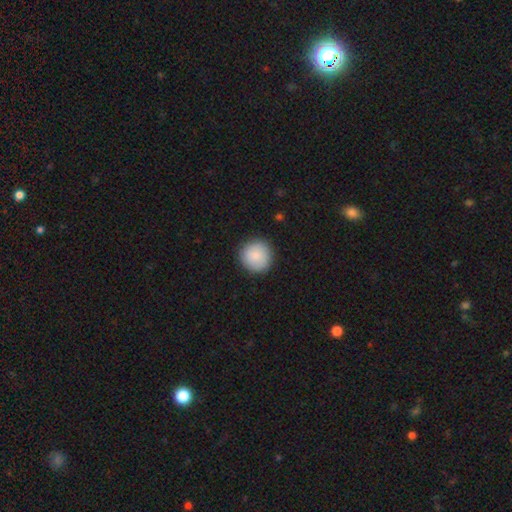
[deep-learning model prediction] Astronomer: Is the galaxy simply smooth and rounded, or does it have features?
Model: smooth — 86%.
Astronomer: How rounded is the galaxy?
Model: round — 94%.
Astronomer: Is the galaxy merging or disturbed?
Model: none — 89%.